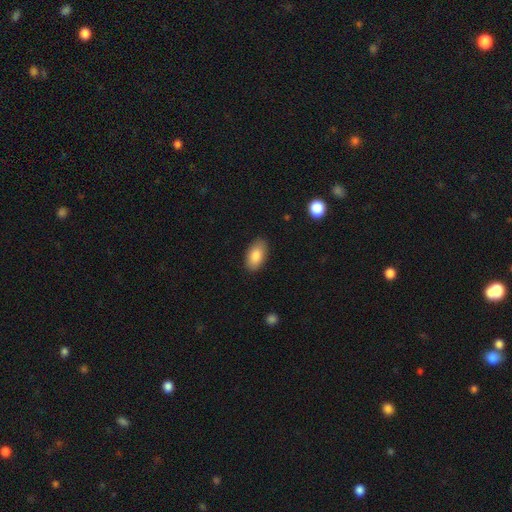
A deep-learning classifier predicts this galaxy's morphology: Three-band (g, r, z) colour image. It shows a smooth galaxy with no disk features (85%) that is in between round and cigar-shaped (94%). Merging: none (87%).